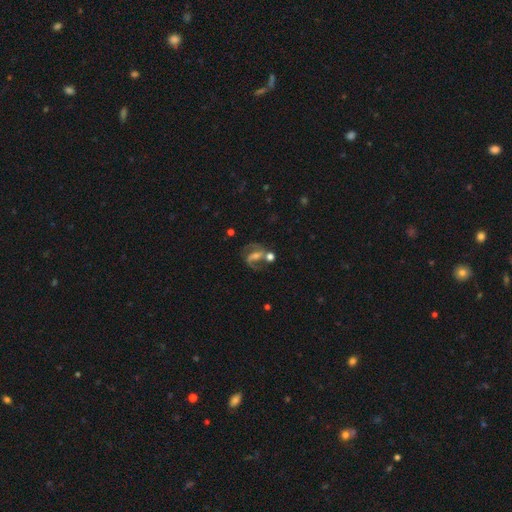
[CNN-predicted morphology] This is likely a featured or disk galaxy (77%). It is clearly not viewed edge-on (96%). Bar: marginally strong (43%). Spiral arm pattern: clearly yes (92%). Spiral arm count: clearly 2 (85%). Spiral winding: possibly medium (51%). Central bulge: marginally moderate (44%). Merging: possibly none (54%).